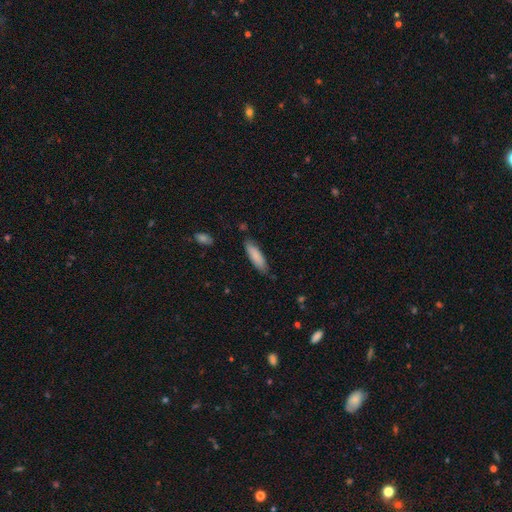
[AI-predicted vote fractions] Overall: smooth (85%). How rounded: cigar-shaped (61%; in between 38%). Merging: none (79%).